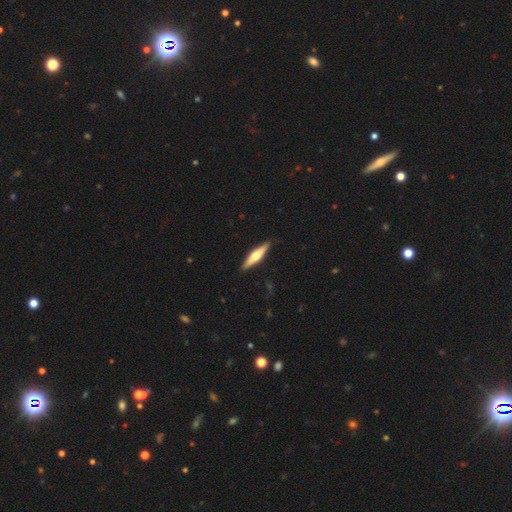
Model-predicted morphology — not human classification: This is possibly a featured or disk galaxy (59%). It is clearly viewed edge-on (96%). Edge-on bulge: clearly rounded (92%). Merging: clearly none (90%).